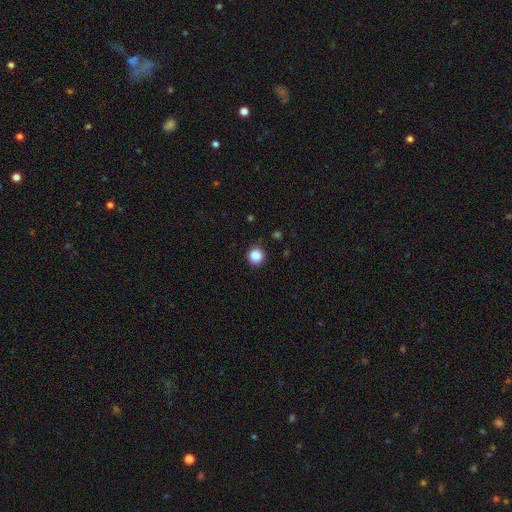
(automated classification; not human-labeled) Smooth or featured? smooth (85%)
How rounded? round (94%)
Merging? none (91%)